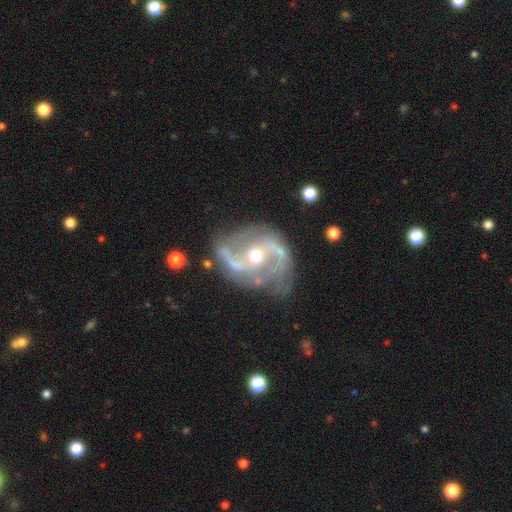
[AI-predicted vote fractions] featured or disk 90%, star or artifact 5%, smooth 5%. Down the decision tree: edge-on disk — no (97%); bar — weak (38%, tied with no); spiral arms — yes (96%); spiral arm count — 2 (80%); spiral winding — medium (51%); bulge size — moderate (69%); merging — none (70%).